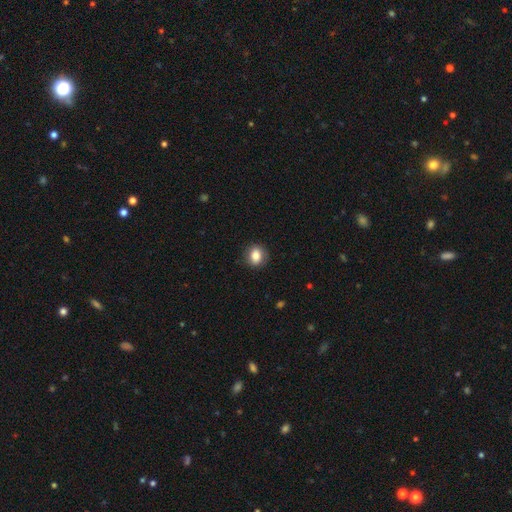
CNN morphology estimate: This appears to be a smooth galaxy with no disk features (82%) that is round (63%). Merging: none (86%).